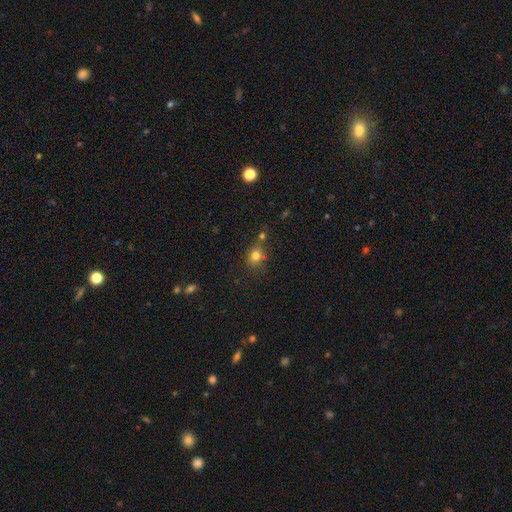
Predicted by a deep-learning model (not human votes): Overall: smooth (78%). How rounded: round (71%). Merging: none (64%).